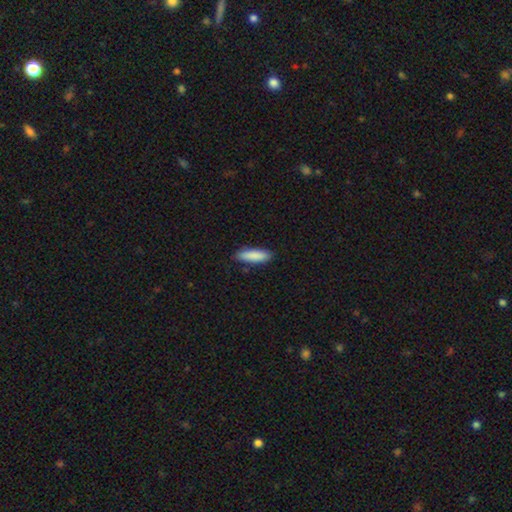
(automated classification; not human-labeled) Q: Smooth or featured?
A: smooth (88%); runner-up: featured or disk (6%)
Q: How rounded?
A: cigar-shaped (54%); runner-up: in between (44%)
Q: Merging?
A: none (86%); runner-up: minor disturbance (11%)